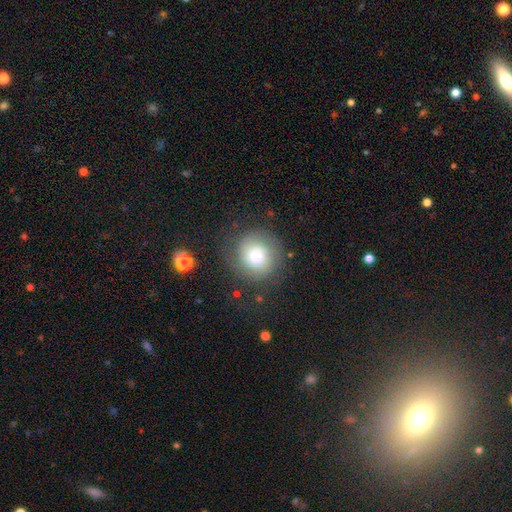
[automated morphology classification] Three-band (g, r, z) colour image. It shows a smooth galaxy with no disk features (65%) that is round (93%). Merging: none (75%).